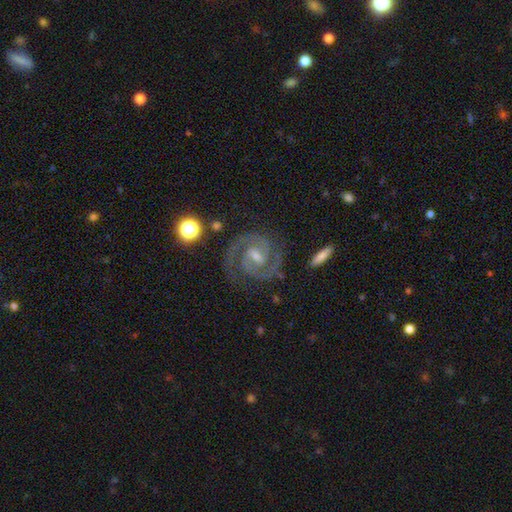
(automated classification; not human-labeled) featured or disk 92%, star or artifact 5%, smooth 3%. Down the decision tree: edge-on disk — no (98%); bar — weak (50%); spiral arms — yes (99%); spiral arm count — 2 (91%); spiral winding — tight (61%); bulge size — small (52%); merging — none (83%).